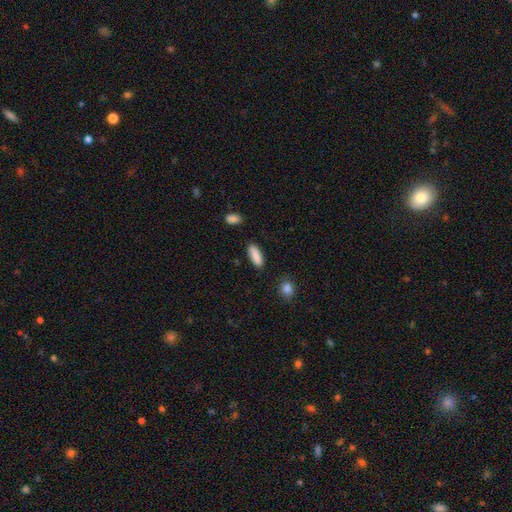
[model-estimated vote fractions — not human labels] smooth_or_featured: smooth (p=0.89) [alt: star or artifact p=0.06]
how_rounded: in between (p=0.65) [alt: cigar-shaped p=0.33]
merging: none (p=0.87) [alt: minor disturbance p=0.09]